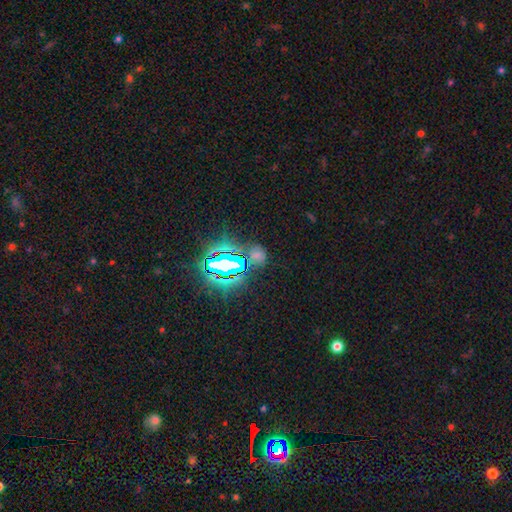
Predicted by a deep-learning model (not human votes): This is possibly a star or artifact rather than a galaxy (58%).